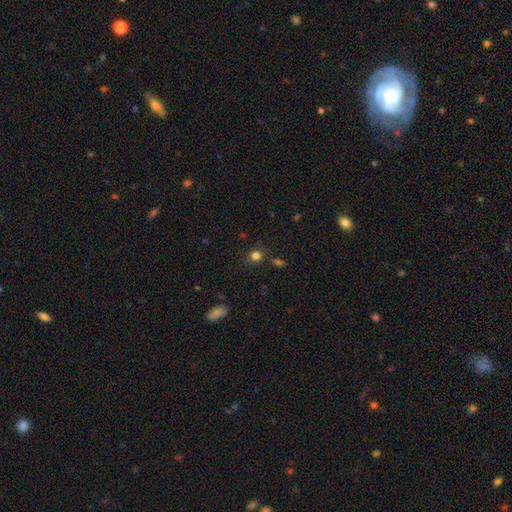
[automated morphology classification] smooth 78%, star or artifact 17%, featured or disk 5%. Down the decision tree: how rounded — round (81%); merging — none (81%).